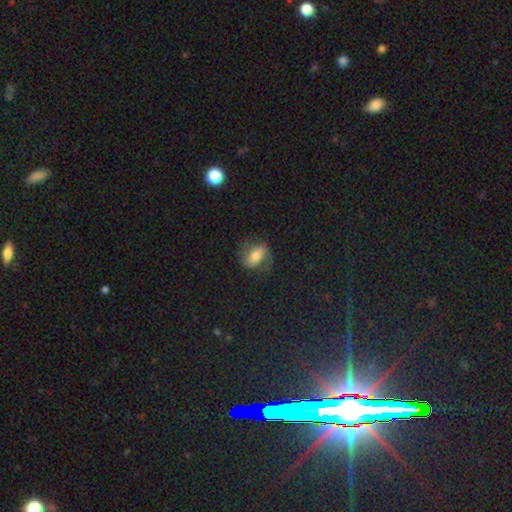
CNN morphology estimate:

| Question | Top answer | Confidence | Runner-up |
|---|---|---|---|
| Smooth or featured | featured or disk | 50% | smooth (39%) |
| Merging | none | 70% | minor disturbance (18%) |